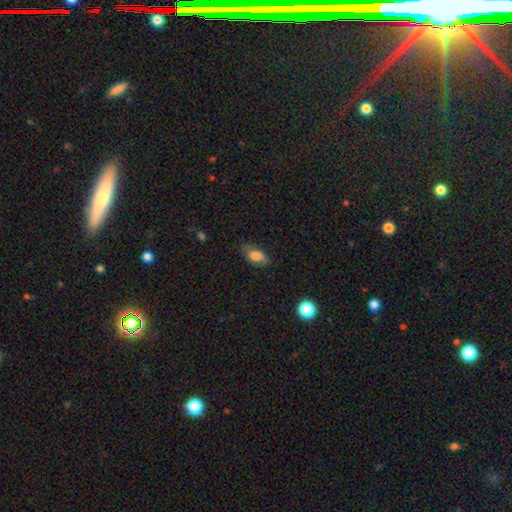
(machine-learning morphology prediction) Smooth or featured? Predicted: smooth (p=0.75). How rounded? Predicted: in between (p=0.88). Merging? Predicted: none (p=0.70).